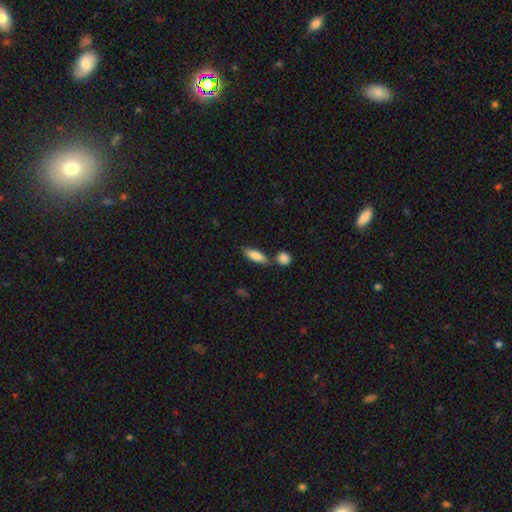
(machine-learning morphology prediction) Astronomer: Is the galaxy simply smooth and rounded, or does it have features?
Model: smooth — 83%.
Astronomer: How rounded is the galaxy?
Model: in between — 64%.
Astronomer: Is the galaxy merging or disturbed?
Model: none — 68%.